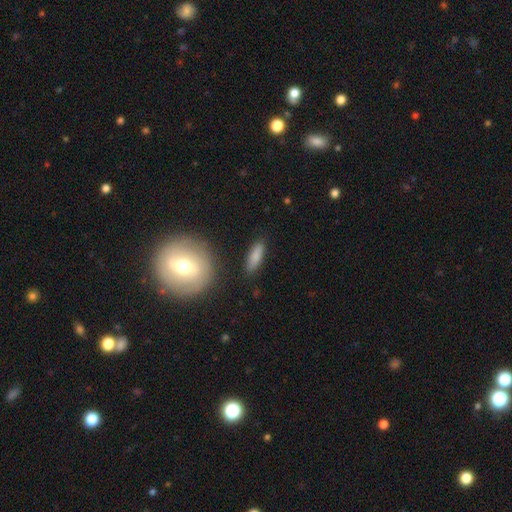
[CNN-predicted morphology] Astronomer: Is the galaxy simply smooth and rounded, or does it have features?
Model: smooth — 83%.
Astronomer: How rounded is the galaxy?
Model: in between — 55% (runner-up: cigar-shaped, 43%).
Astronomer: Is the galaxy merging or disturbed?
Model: none — 84%.